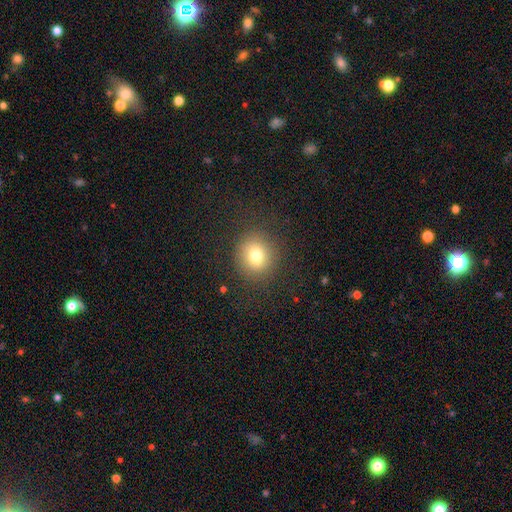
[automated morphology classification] smooth_or_featured: smooth (p=0.75) [alt: star or artifact p=0.14]
how_rounded: round (p=0.89) [alt: in between p=0.10]
merging: none (p=0.87) [alt: minor disturbance p=0.08]